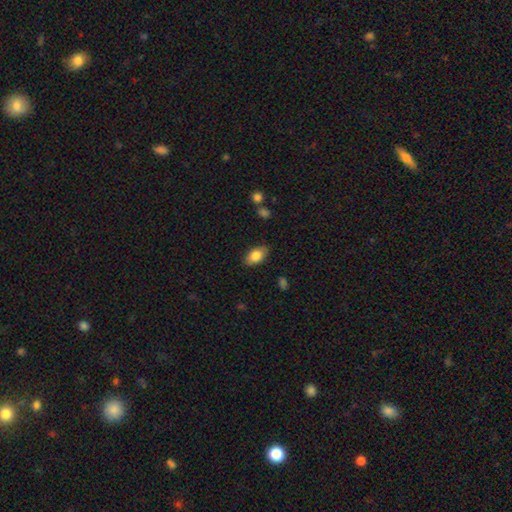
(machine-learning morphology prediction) A smooth galaxy with no disk features (81%) that is in between round and cigar-shaped (91%). Merging: none (84%).